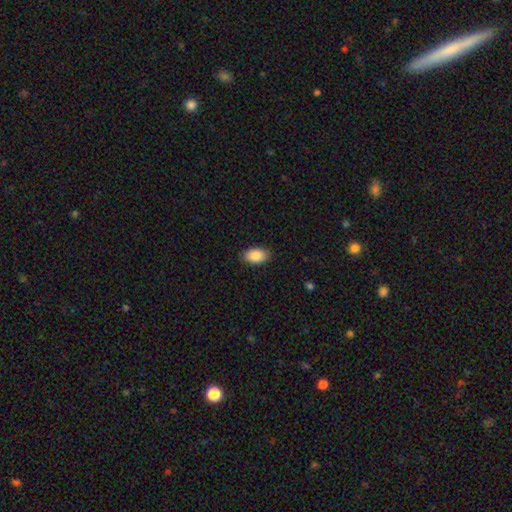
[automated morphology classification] This is clearly a smooth galaxy (89%). How rounded: clearly in between (93%). Merging: clearly none (88%).